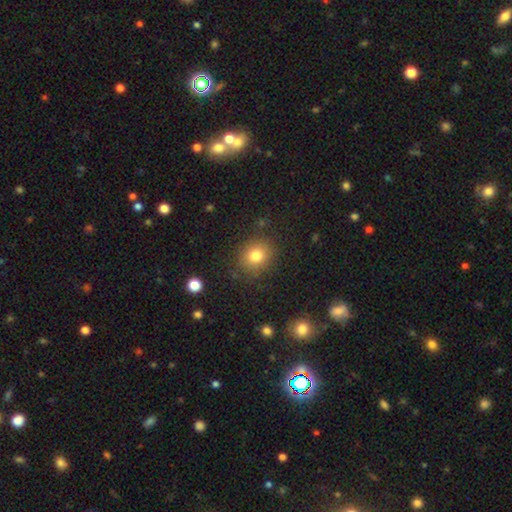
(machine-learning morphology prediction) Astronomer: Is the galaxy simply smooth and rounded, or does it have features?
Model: smooth — 79%.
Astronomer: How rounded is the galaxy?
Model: round — 71%.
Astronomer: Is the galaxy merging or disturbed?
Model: none — 84%.